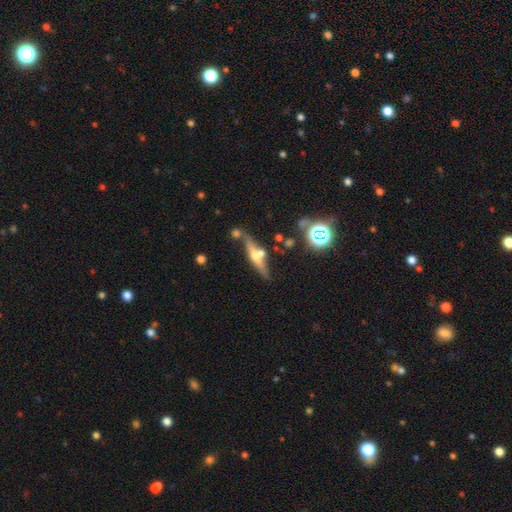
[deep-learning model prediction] featured or disk 65%, smooth 26%, star or artifact 9%. Down the decision tree: edge-on disk — yes (93%); edge-on bulge — rounded (90%); merging — none (67%).